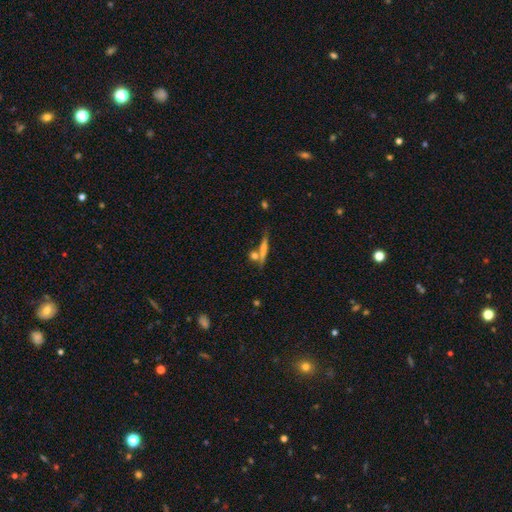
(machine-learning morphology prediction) This appears to be a smooth galaxy with no disk features (62%) that is cigar-shaped (72%). Merging: none (64%).